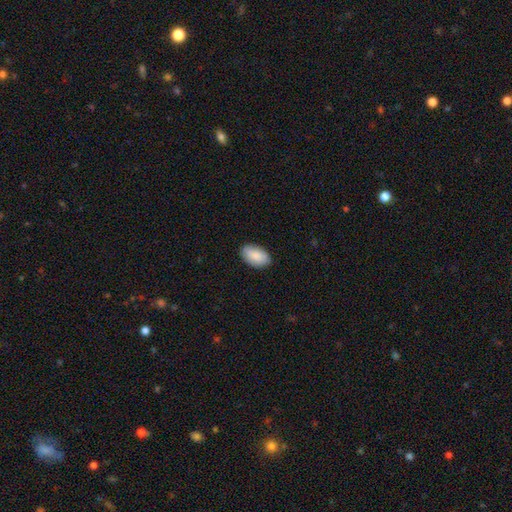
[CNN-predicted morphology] This is clearly a smooth galaxy (87%). How rounded: clearly in between (94%). Merging: clearly none (86%).